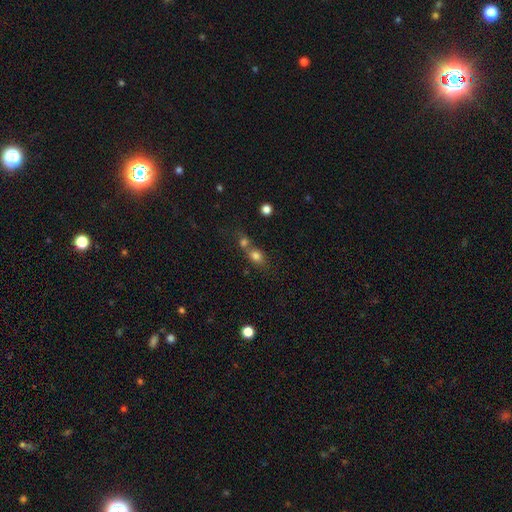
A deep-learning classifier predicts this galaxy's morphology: This appears to be a smooth galaxy with no disk features (77%) that is in between round and cigar-shaped (54%). Merging: merger (56%).